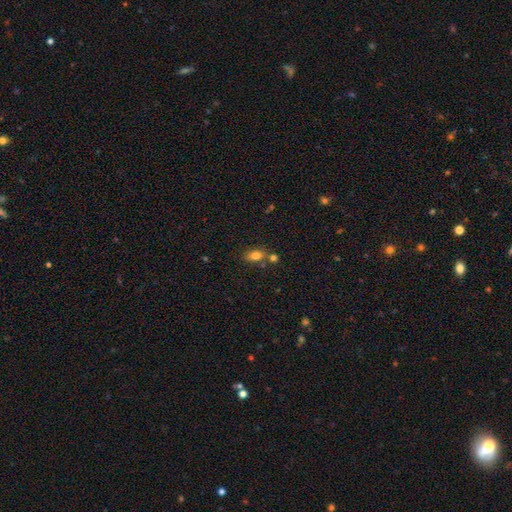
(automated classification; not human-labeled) This is likely a smooth galaxy (79%). How rounded: clearly in between (85%). Merging: likely none (65%).